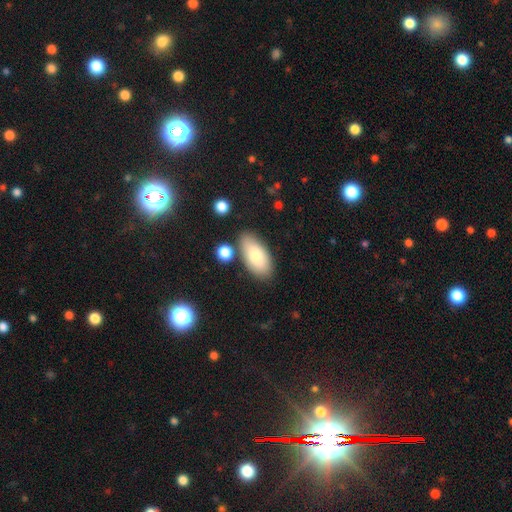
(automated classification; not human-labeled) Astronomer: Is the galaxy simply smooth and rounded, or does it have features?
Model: smooth — 79%.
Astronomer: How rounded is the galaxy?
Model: in between — 92%.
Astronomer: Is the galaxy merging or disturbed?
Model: none — 78%.